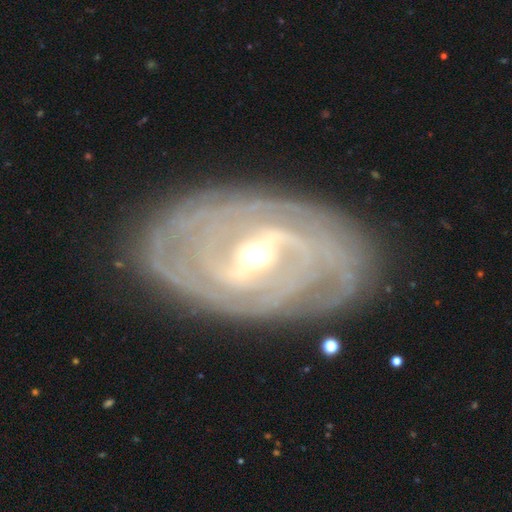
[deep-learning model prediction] This is clearly a featured or disk galaxy (90%). It is clearly not viewed edge-on (94%). Bar: possibly strong (50%). Spiral arm pattern: clearly yes (96%). Spiral arm count: marginally 2 (36%). Spiral winding: likely tight (72%). Central bulge: possibly moderate (53%). Merging: likely none (80%).